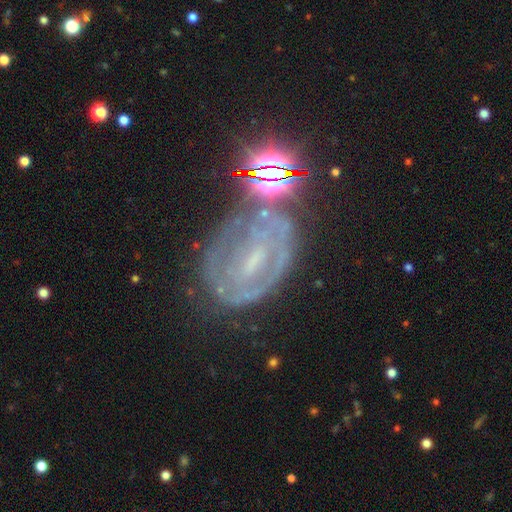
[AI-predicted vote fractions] Q: Smooth or featured?
A: featured or disk (71%); runner-up: star or artifact (17%)
Q: Edge-on disk?
A: no (96%); runner-up: yes (4%)
Q: Bar?
A: weak (43%); runner-up: strong (31%)
Q: Spiral arms?
A: yes (79%); runner-up: no (21%)
Q: Spiral winding?
A: tight (61%); runner-up: medium (29%)
Q: Spiral arm count?
A: can't tell (41%); runner-up: 2 (37%)
Q: Bulge size?
A: small (65%); runner-up: moderate (16%)
Q: Merging?
A: none (54%); runner-up: minor disturbance (20%)